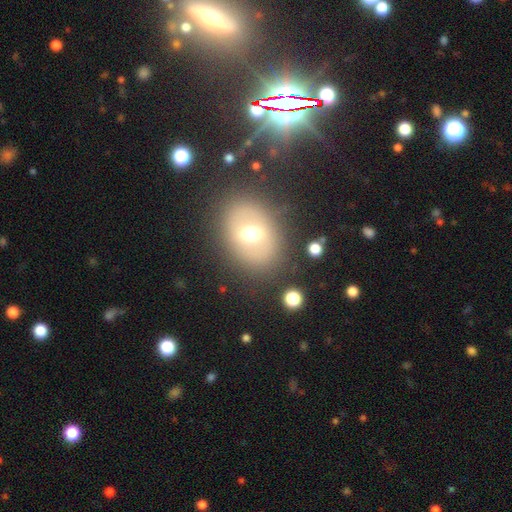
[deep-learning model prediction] Smooth or featured? smooth (55%)
How rounded? in between (52%)
Merging? none (77%)